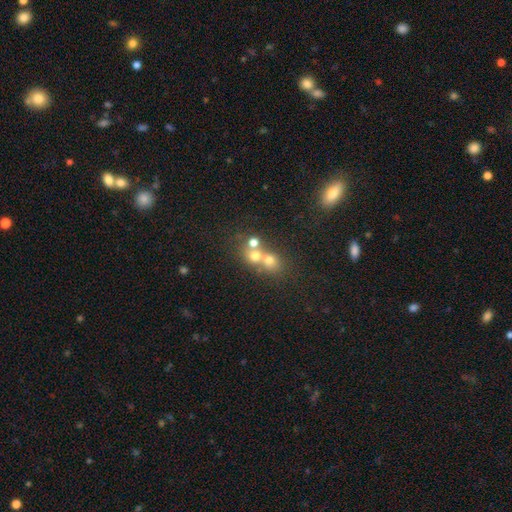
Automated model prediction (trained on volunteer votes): This is possibly a smooth galaxy (60%). How rounded: likely round (77%). Merging: possibly merger (58%).